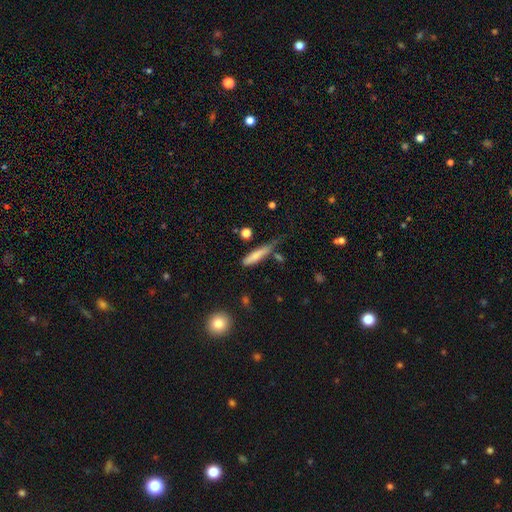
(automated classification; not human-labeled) Q: Smooth or featured?
A: smooth (76%); runner-up: featured or disk (17%)
Q: How rounded?
A: cigar-shaped (81%); runner-up: in between (17%)
Q: Merging?
A: none (52%); runner-up: minor disturbance (30%)